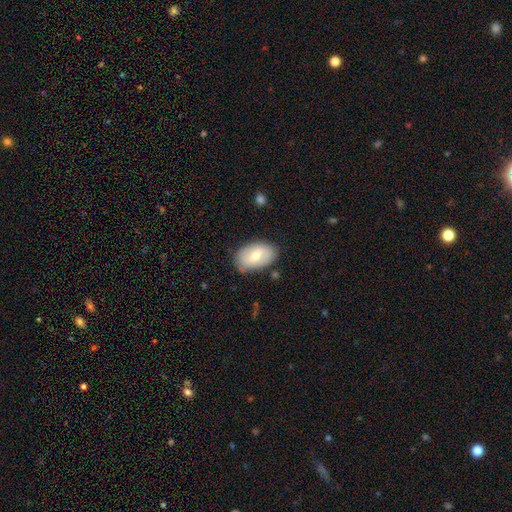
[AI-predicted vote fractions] A smooth galaxy with no disk features (61%) that is in between round and cigar-shaped (92%).

Vote fractions:
- Smooth or featured? smooth: 61% / featured or disk: 33% / star or artifact: 6%
- How rounded? in between: 92% / round: 6% / cigar-shaped: 1%
- Merging? none: 78% / minor disturbance: 17% / major disturbance: 4% / merger: 2%